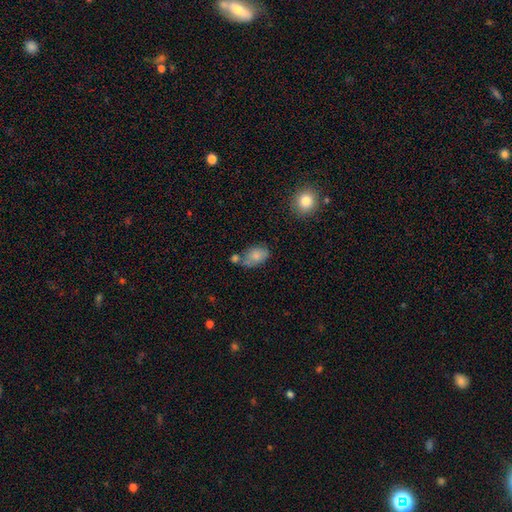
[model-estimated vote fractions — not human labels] Smooth or featured: smooth — 76% (featured or disk — 15%)
How rounded: in between — 85% (round — 13%)
Merging: none — 42% (minor disturbance — 26%)